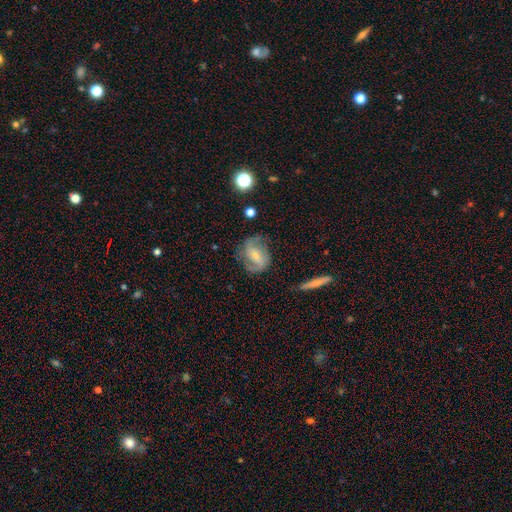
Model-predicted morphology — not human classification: This is likely a featured or disk galaxy (72%). It is clearly not viewed edge-on (97%). Bar: marginally weak (45%). Spiral arm pattern: clearly yes (91%). Spiral arm count: clearly 2 (83%). Spiral winding: possibly medium (47%). Central bulge: possibly small (57%). Merging: likely none (67%).